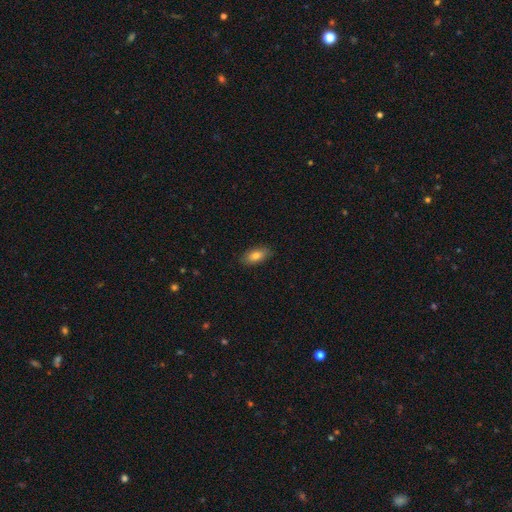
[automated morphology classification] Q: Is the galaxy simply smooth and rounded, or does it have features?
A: smooth — 80%.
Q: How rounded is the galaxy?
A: in between — 89%.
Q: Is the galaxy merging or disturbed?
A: none — 87%.